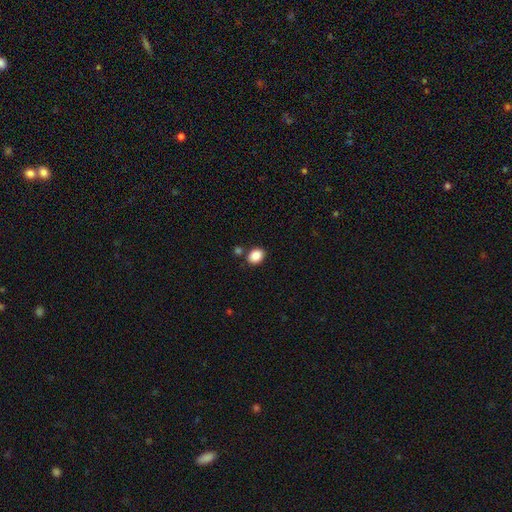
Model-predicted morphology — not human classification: smooth 88%, star or artifact 9%, featured or disk 4%. Down the decision tree: how rounded — in between (58%); merging — none (81%).